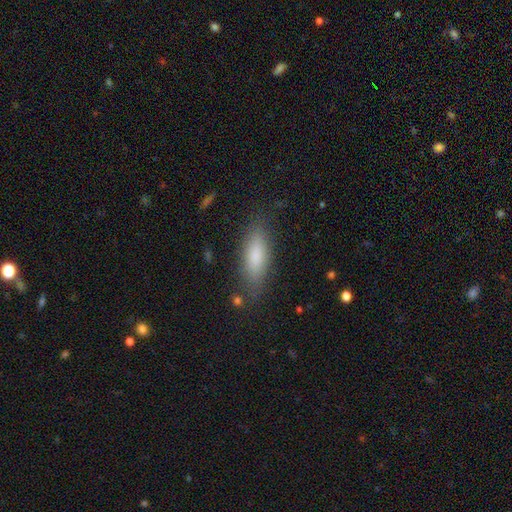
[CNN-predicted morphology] Smooth or featured?
  - smooth: 79% *
  - featured or disk: 13%
  - star or artifact: 7%
How rounded?
  - in between: 59% *
  - cigar-shaped: 39%
  - round: 2%
Merging?
  - none: 80% *
  - minor disturbance: 14%
  - major disturbance: 4%
  - merger: 2%